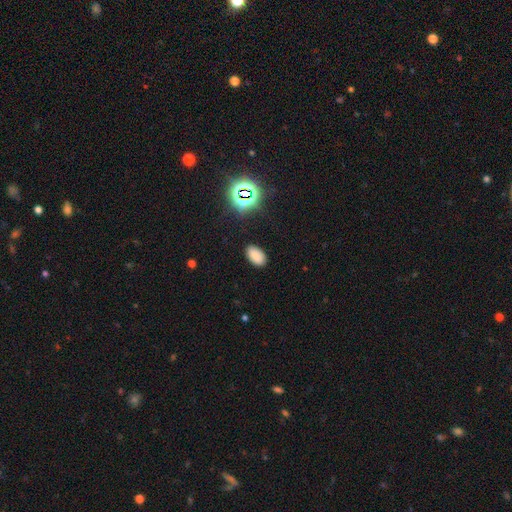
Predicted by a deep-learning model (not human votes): Smooth or featured: smooth — 80% (star or artifact — 15%)
How rounded: in between — 94% (round — 5%)
Merging: none — 87% (minor disturbance — 10%)